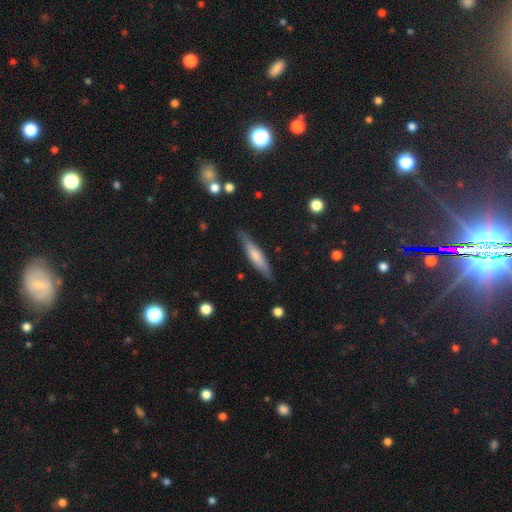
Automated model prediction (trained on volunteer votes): A smooth galaxy with no disk features (59%) that is cigar-shaped (85%).

Vote fractions:
- Smooth or featured? smooth: 59% / featured or disk: 36% / star or artifact: 5%
- How rounded? cigar-shaped: 85% / in between: 14% / round: 1%
- Merging? none: 83% / minor disturbance: 13% / major disturbance: 3% / merger: 1%